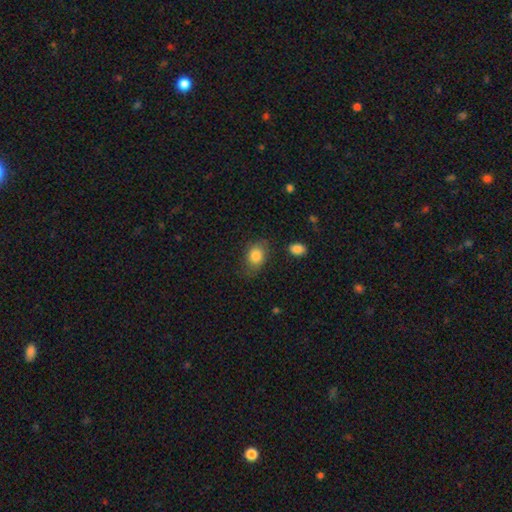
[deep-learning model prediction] smooth 83%, star or artifact 9%, featured or disk 8%. Down the decision tree: how rounded — in between (66%); merging — none (71%).